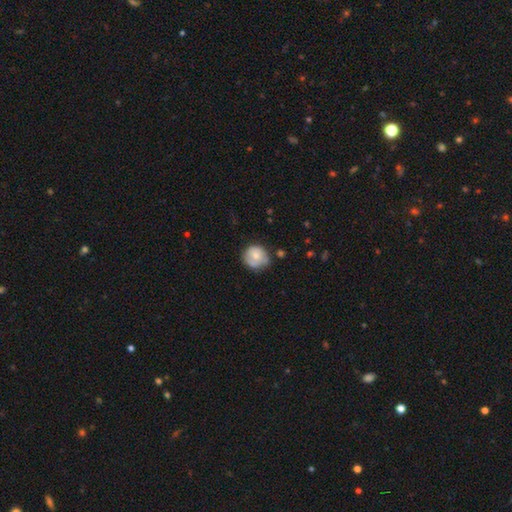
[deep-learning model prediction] Overall: smooth (70%). How rounded: round (85%). Merging: none (60%; minor disturbance 29%).